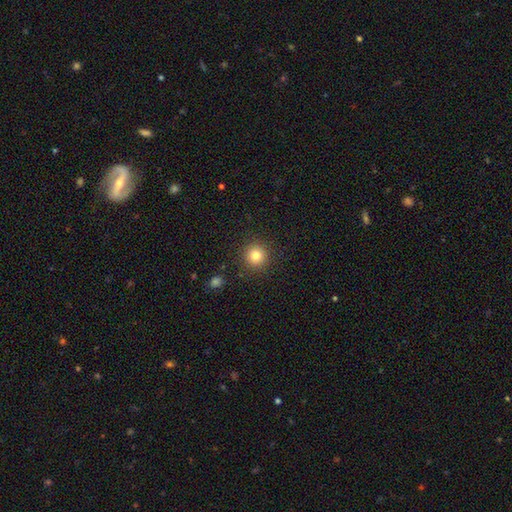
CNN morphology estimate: Q: Smooth or featured?
A: smooth (81%); runner-up: star or artifact (12%)
Q: How rounded?
A: round (95%); runner-up: in between (4%)
Q: Merging?
A: none (90%); runner-up: minor disturbance (6%)